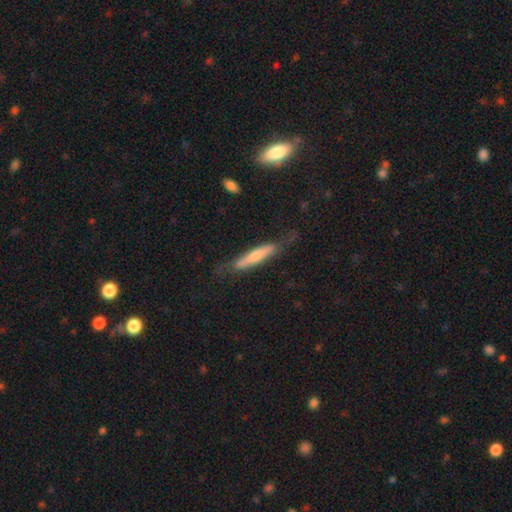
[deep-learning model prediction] Smooth or featured?
  - smooth: 51% *
  - featured or disk: 43%
  - star or artifact: 6%
How rounded?
  - cigar-shaped: 89% *
  - in between: 10%
  - round: 2%
Merging?
  - none: 65% *
  - minor disturbance: 23%
  - major disturbance: 10%
  - merger: 2%